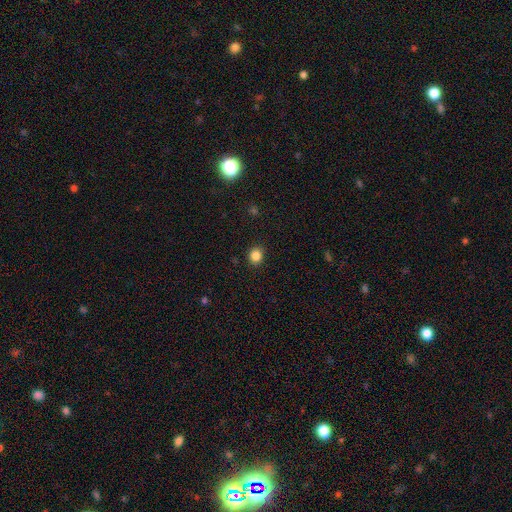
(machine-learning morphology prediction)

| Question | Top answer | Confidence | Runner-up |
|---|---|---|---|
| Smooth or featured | smooth | 85% | star or artifact (11%) |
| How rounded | round | 81% | in between (18%) |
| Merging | none | 91% | minor disturbance (7%) |